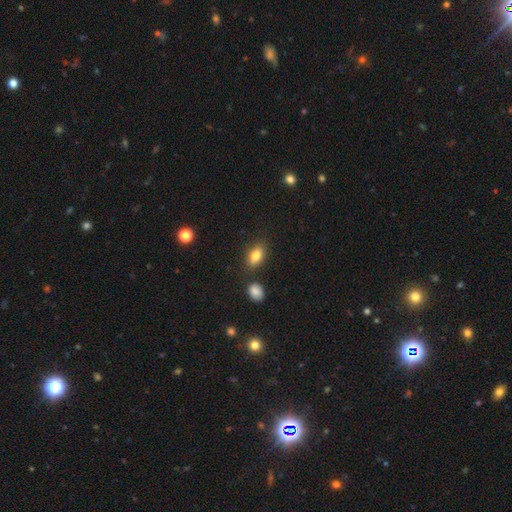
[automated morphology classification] type=smooth (81%); roundness=in between (86%); merging=none (80%).